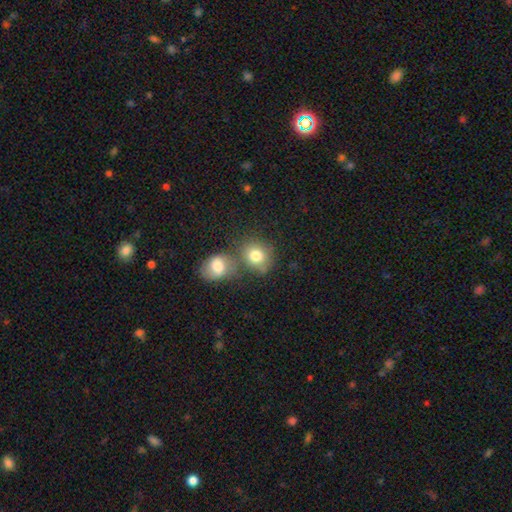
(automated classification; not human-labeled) A smooth galaxy with no disk features (80%) that is round (72%). Merging: none (49%).